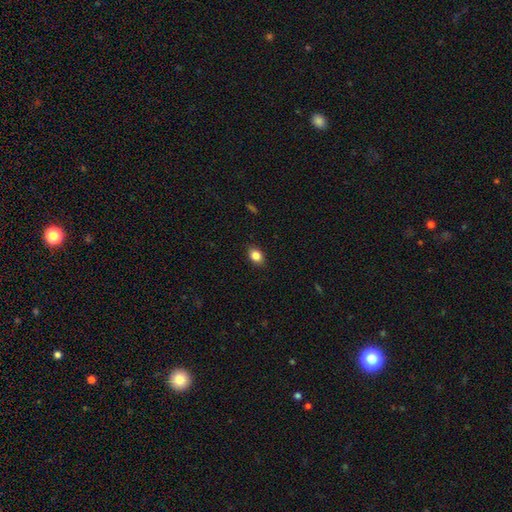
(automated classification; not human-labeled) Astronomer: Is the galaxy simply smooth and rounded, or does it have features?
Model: smooth — 84%.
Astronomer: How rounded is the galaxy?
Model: in between — 72%.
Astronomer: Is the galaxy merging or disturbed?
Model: none — 88%.